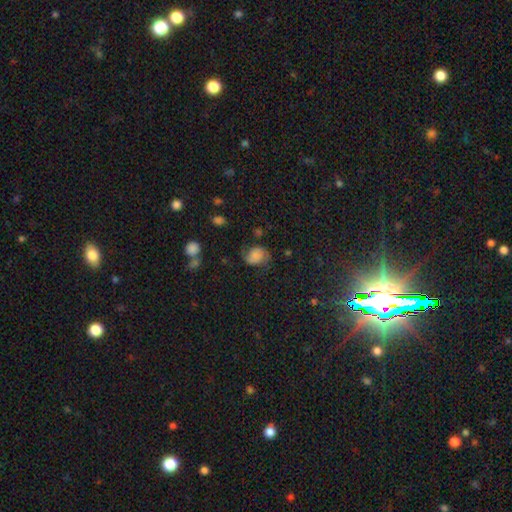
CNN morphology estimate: A smooth galaxy with no disk features (52%) that is round (50%).

Vote fractions:
- Smooth or featured? smooth: 52% / featured or disk: 36% / star or artifact: 12%
- How rounded? round: 50% / in between: 49% / cigar-shaped: 1%
- Merging? none: 57% / minor disturbance: 25% / major disturbance: 15% / merger: 2%